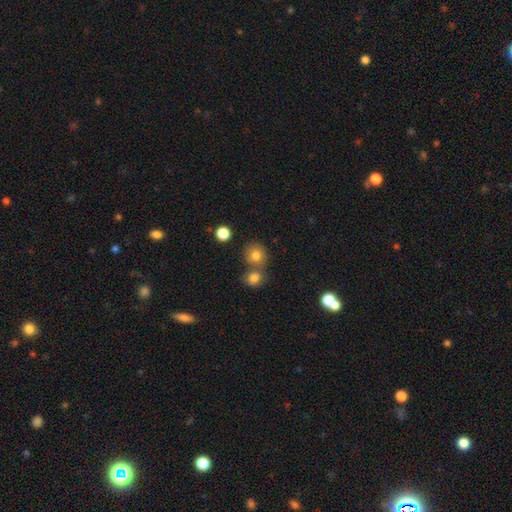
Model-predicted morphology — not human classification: This appears to be a smooth galaxy with no disk features (80%) that is round (85%). Merging: none (54%).